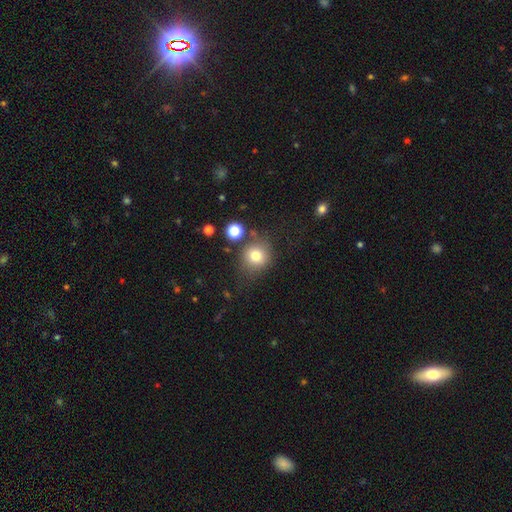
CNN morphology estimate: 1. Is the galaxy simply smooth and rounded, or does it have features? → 77% smooth, 13% star or artifact, 10% featured or disk.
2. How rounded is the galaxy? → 86% round, 13% in between, 1% cigar-shaped.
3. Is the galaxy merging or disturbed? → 73% none, 14% minor disturbance, 8% merger, 5% major disturbance.